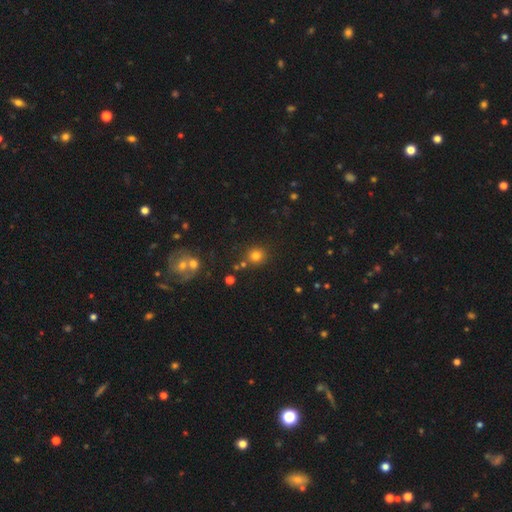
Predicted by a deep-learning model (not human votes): Smooth or featured?
  - smooth: 78% *
  - star or artifact: 16%
  - featured or disk: 6%
How rounded?
  - round: 89% *
  - in between: 10%
  - cigar-shaped: 1%
Merging?
  - none: 79% *
  - merger: 9%
  - minor disturbance: 9%
  - major disturbance: 3%